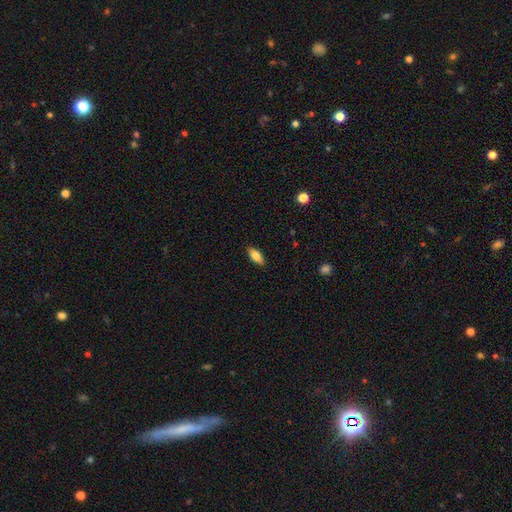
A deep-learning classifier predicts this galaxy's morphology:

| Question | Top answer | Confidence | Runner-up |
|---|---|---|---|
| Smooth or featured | smooth | 75% | featured or disk (18%) |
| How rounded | in between | 81% | cigar-shaped (16%) |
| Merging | none | 87% | minor disturbance (10%) |